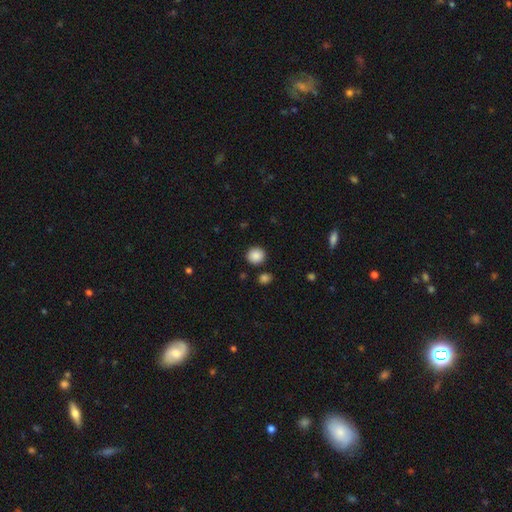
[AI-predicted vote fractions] smooth 88%, star or artifact 9%, featured or disk 3%. Down the decision tree: how rounded — round (91%); merging — none (88%).